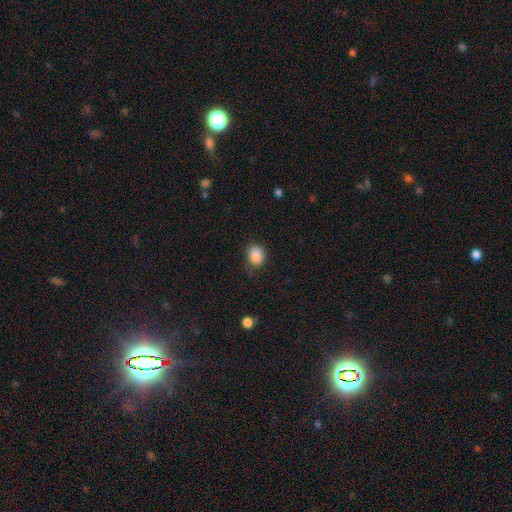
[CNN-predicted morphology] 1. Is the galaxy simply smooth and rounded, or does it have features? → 86% smooth, 9% star or artifact, 5% featured or disk.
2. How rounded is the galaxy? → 53% round, 47% in between, 1% cigar-shaped.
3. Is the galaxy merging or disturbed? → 72% none, 21% minor disturbance, 6% major disturbance, 1% merger.